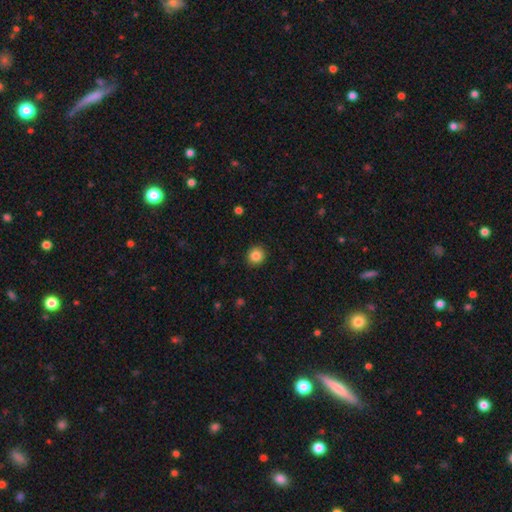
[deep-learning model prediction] This appears to be a smooth galaxy with no disk features (86%) that is round (91%). Merging: none (91%).